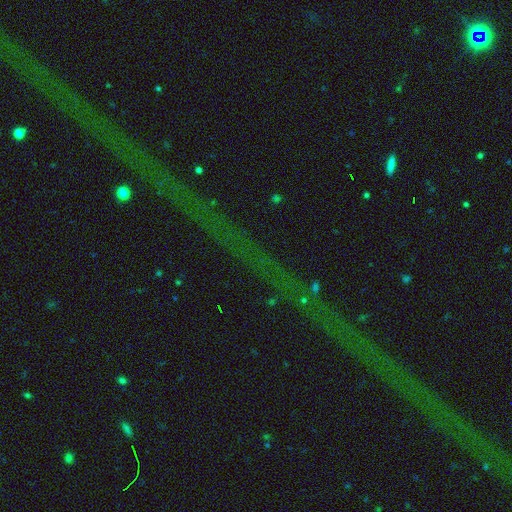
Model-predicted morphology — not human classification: Smooth or featured? star or artifact (79%)